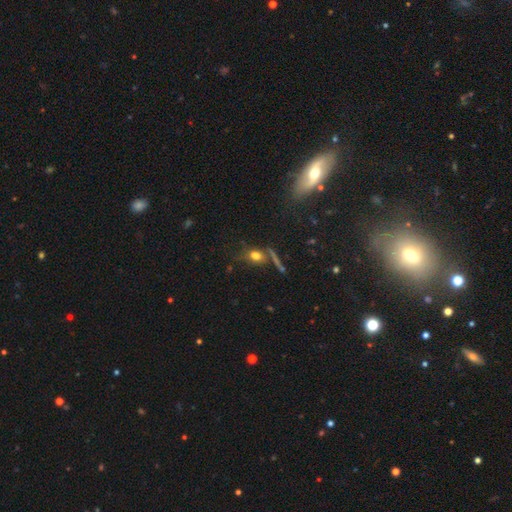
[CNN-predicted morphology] A smooth galaxy with no disk features (66%) that is in between round and cigar-shaped (55%).

Vote fractions:
- Smooth or featured? smooth: 66% / star or artifact: 17% / featured or disk: 17%
- How rounded? in between: 55% / round: 36% / cigar-shaped: 9%
- Merging? none: 59% / merger: 15% / minor disturbance: 15% / major disturbance: 10%